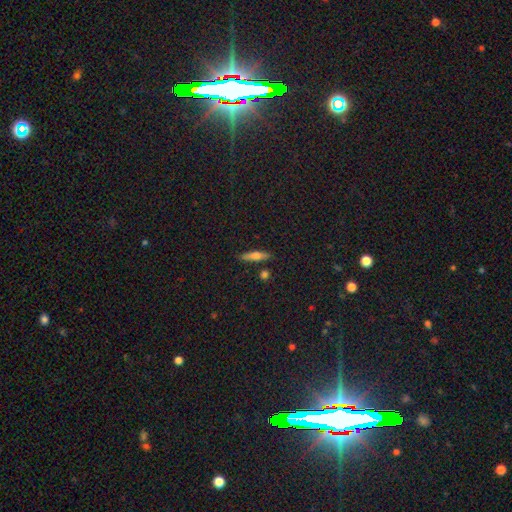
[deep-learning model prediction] A smooth galaxy with no disk features (59%) that is cigar-shaped (73%). Merging: none (84%).